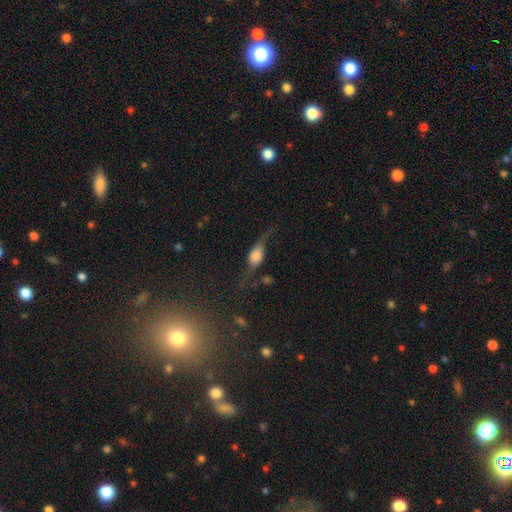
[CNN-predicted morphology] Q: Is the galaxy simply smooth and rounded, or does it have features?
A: featured or disk — 65%.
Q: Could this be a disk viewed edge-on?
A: yes — 65%.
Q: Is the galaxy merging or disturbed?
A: none — 51%.